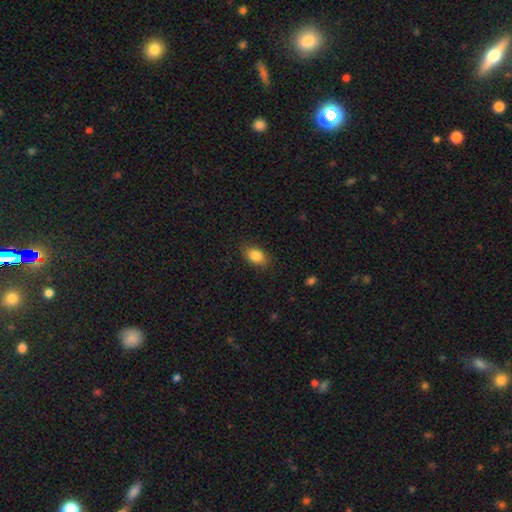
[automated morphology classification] A smooth galaxy with no disk features (85%) that is in between round and cigar-shaped (84%). Merging: none (84%).